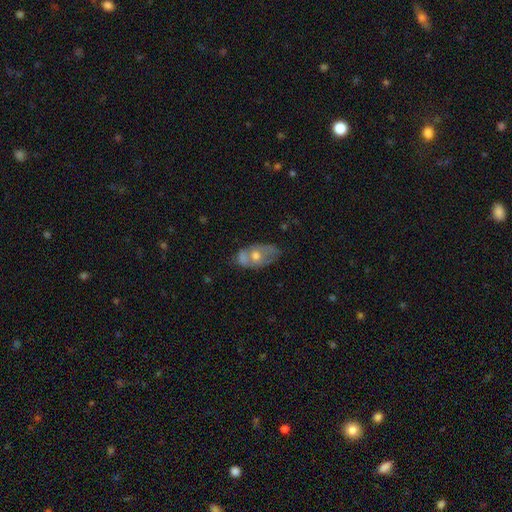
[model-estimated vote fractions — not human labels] The model was most divided on "smooth or featured": featured or disk: 48%, smooth: 43%, star or artifact: 8%. Remaining: merging — none (40%).